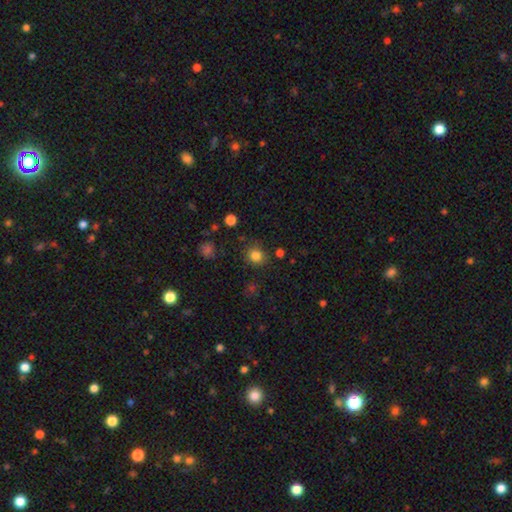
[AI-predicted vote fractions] Overall: smooth (82%). How rounded: round (82%). Merging: none (82%).